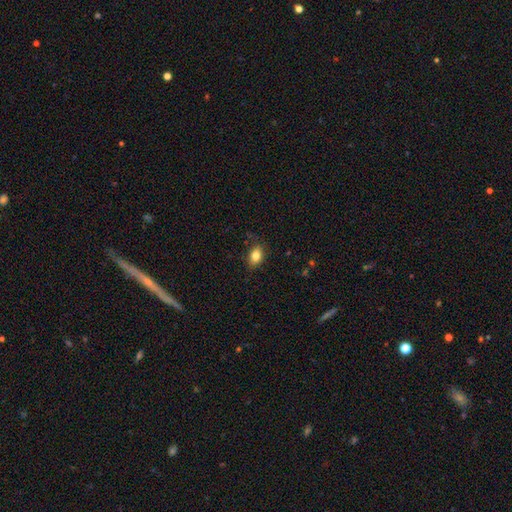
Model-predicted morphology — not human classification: smooth-or-featured: smooth: 83% | star or artifact: 9% | featured or disk: 8%
  how-rounded: in between: 76% | round: 22% | cigar-shaped: 1%
  merging: none: 80% | minor disturbance: 15% | major disturbance: 3% | merger: 1%